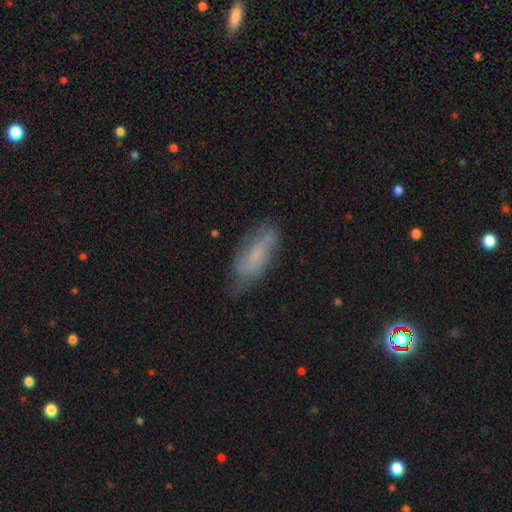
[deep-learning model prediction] Q: Smooth or featured?
A: smooth (53%); runner-up: featured or disk (38%)
Q: How rounded?
A: in between (68%); runner-up: cigar-shaped (29%)
Q: Merging?
A: none (64%); runner-up: minor disturbance (26%)